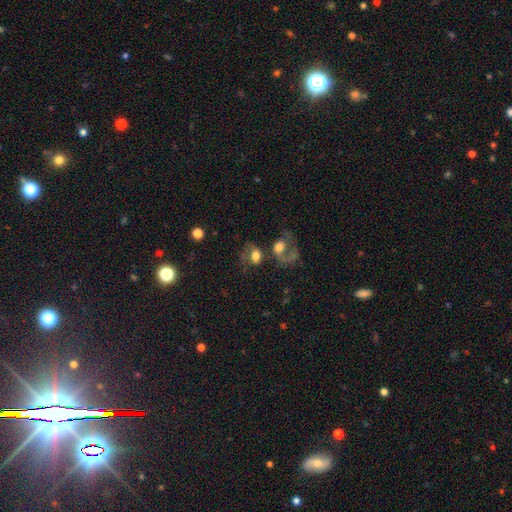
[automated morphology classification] smooth_or_featured: smooth (p=0.57) [alt: featured or disk p=0.32]
how_rounded: in between (p=0.68) [alt: round p=0.30]
merging: merger (p=0.41) [alt: major disturbance p=0.25]